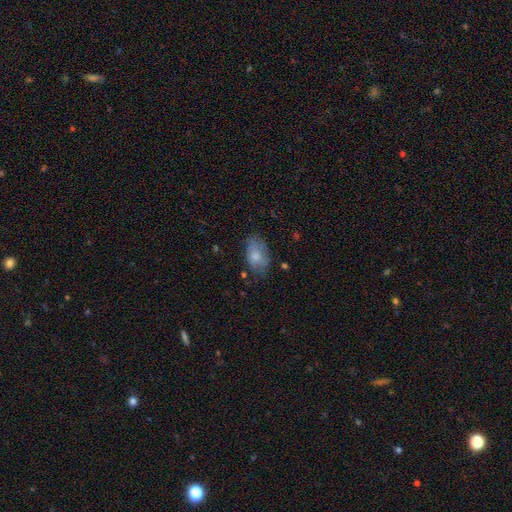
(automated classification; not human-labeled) A smooth galaxy with no disk features (76%) that is in between round and cigar-shaped (91%). Merging: none (60%).